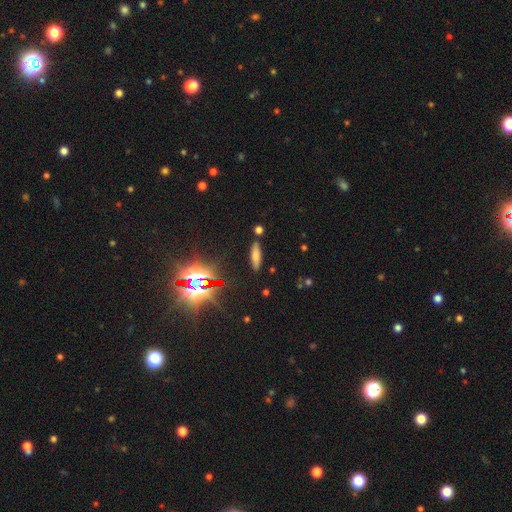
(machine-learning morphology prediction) Smooth or featured: smooth — 65% (star or artifact — 21%)
How rounded: cigar-shaped — 62% (in between — 35%)
Merging: none — 84% (minor disturbance — 9%)